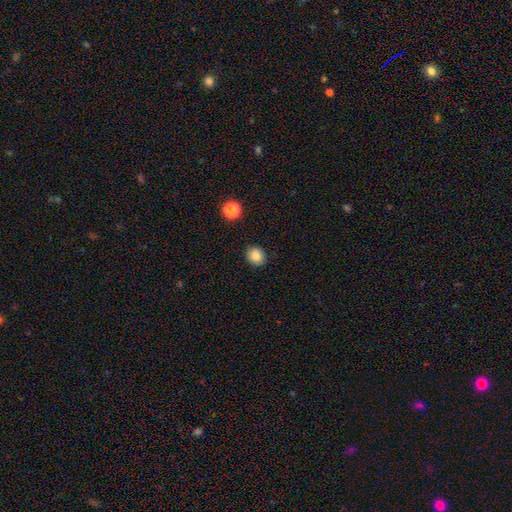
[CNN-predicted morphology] type=smooth (85%); roundness=round (77%); merging=none (88%).